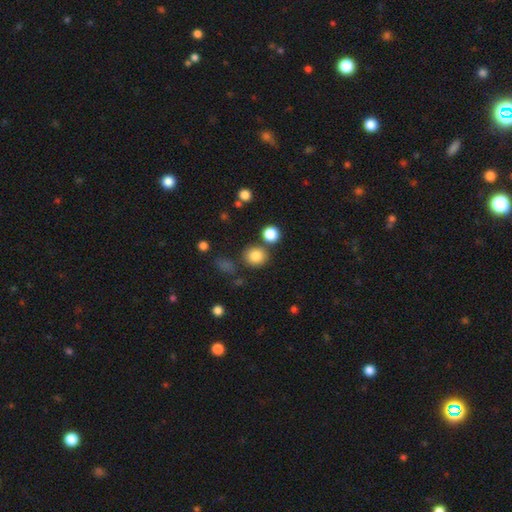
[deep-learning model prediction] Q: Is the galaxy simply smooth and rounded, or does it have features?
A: smooth — 83%.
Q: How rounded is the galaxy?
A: round — 85%.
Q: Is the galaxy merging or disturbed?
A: none — 78%.